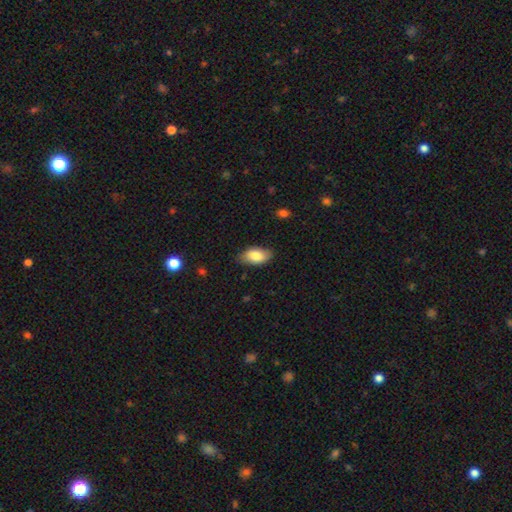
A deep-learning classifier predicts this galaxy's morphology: Q: Smooth or featured?
A: smooth (82%); runner-up: featured or disk (11%)
Q: How rounded?
A: in between (93%); runner-up: round (4%)
Q: Merging?
A: none (80%); runner-up: minor disturbance (16%)